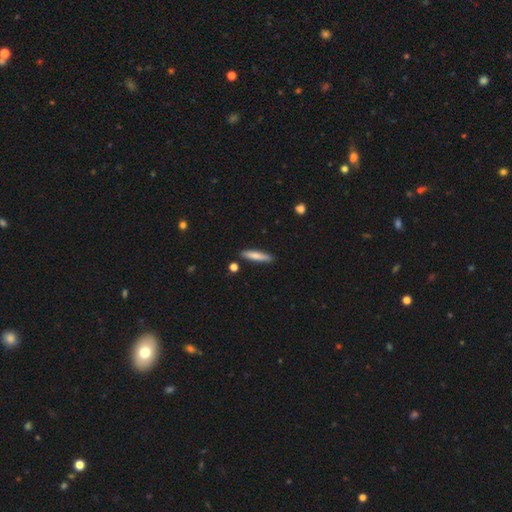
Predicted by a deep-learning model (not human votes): Smooth or featured?
  - smooth: 72% *
  - featured or disk: 22%
  - star or artifact: 6%
How rounded?
  - cigar-shaped: 86% *
  - in between: 12%
  - round: 2%
Merging?
  - none: 87% *
  - minor disturbance: 9%
  - merger: 2%
  - major disturbance: 2%